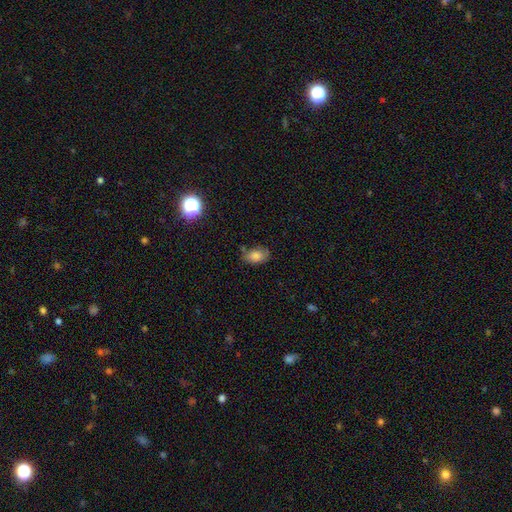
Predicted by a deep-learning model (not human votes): Smooth or featured: smooth — 80% (featured or disk — 10%)
How rounded: in between — 87% (round — 11%)
Merging: none — 70% (minor disturbance — 22%)